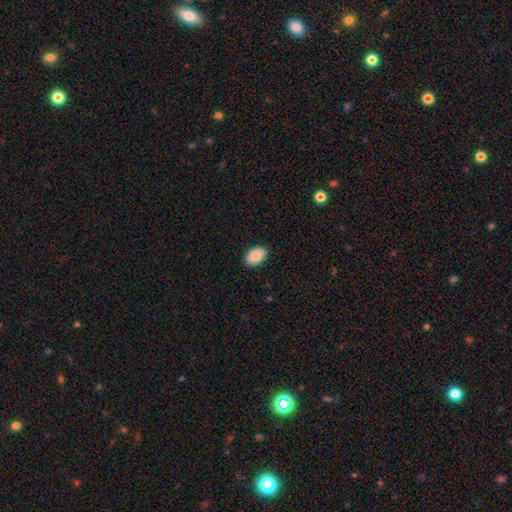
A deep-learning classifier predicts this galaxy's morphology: Smooth or featured? Predicted: smooth (p=0.87). How rounded? Predicted: in between (p=0.89). Merging? Predicted: none (p=0.86).